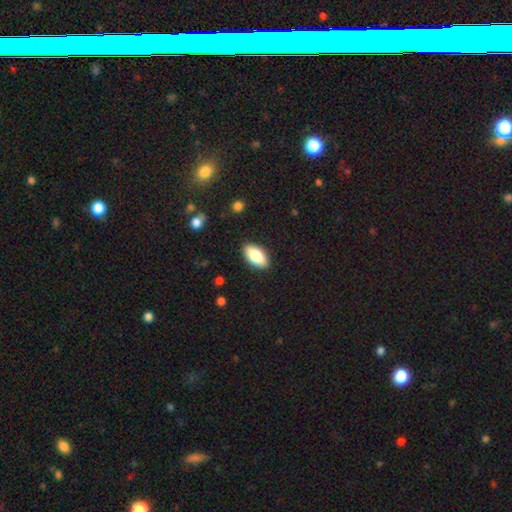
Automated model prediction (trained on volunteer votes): This appears to be a smooth galaxy with no disk features (82%) that is in between round and cigar-shaped (91%). Merging: none (88%).